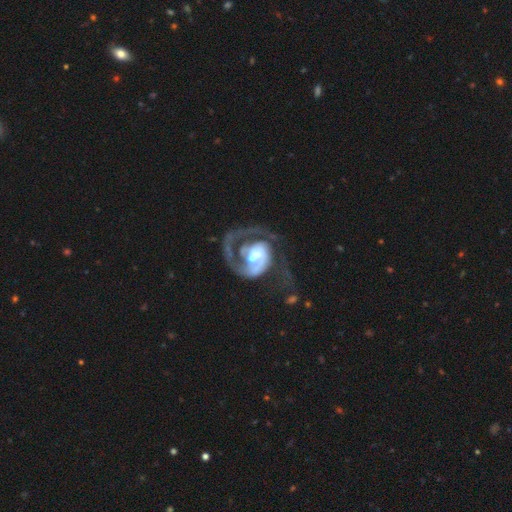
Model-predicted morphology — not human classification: The model was most divided on "spiral winding": medium: 38%, tight: 35%, loose: 27%. Remaining: edge-on disk — no (98%); spiral arms — yes (87%); smooth or featured — featured or disk (83%); spiral arm count — 1 (68%); bar — no (53%); merging — major disturbance (45%); bulge size — moderate (43%).